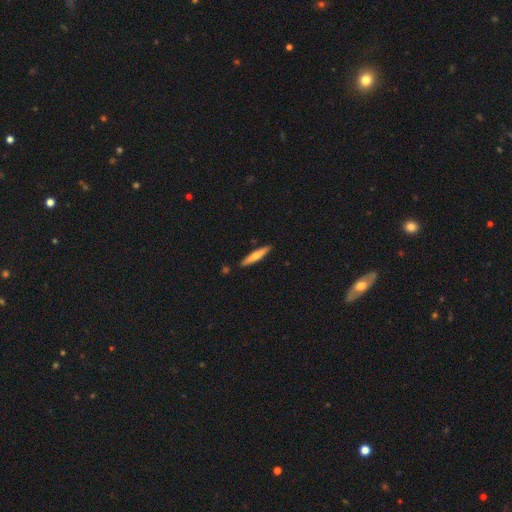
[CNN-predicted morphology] Smooth or featured? smooth (52%)
How rounded? cigar-shaped (91%)
Merging? none (89%)